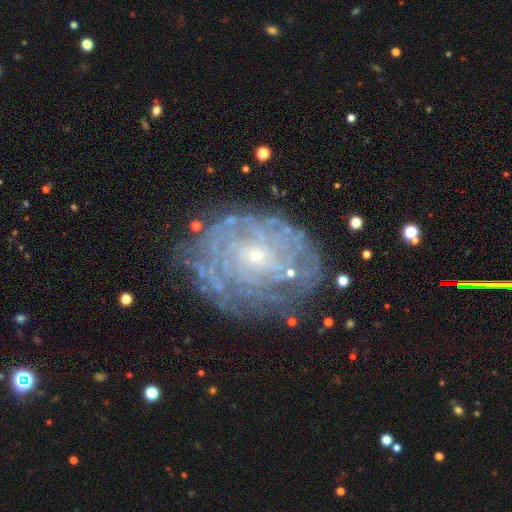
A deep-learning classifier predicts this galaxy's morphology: smooth-or-featured: featured or disk: 79% | smooth: 13% | star or artifact: 9%
  disk-edge-on: no: 97% | yes: 3%
    bar: no: 71% | weak: 24% | strong: 6%
    has-spiral-arms: yes: 82% | no: 18%
      spiral-winding: tight: 74% | medium: 19% | loose: 7%
      spiral-arm-count: can't tell: 54% | more than 4: 13% | 4: 11% | 2: 9% | 3: 8% | 1: 6%
    bulge-size: small: 82% | moderate: 13% | none: 3% | large: 1% | dominant: 1%
  merging: none: 75% | minor disturbance: 16% | major disturbance: 7% | merger: 2%